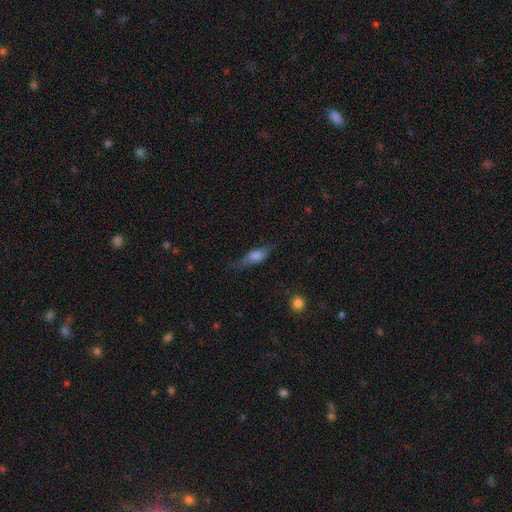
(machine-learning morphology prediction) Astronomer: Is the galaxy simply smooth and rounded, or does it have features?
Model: smooth — 63%.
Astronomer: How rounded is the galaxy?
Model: in between — 53% (runner-up: cigar-shaped, 44%).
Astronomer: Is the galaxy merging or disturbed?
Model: none — 69%.